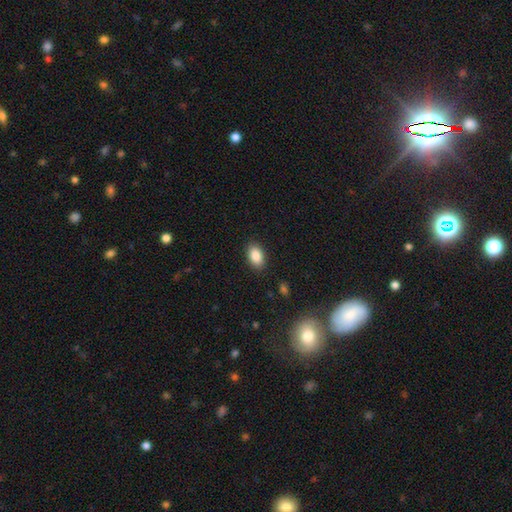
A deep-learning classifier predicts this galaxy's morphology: A smooth galaxy with no disk features (87%) that is in between round and cigar-shaped (90%). Merging: none (88%).